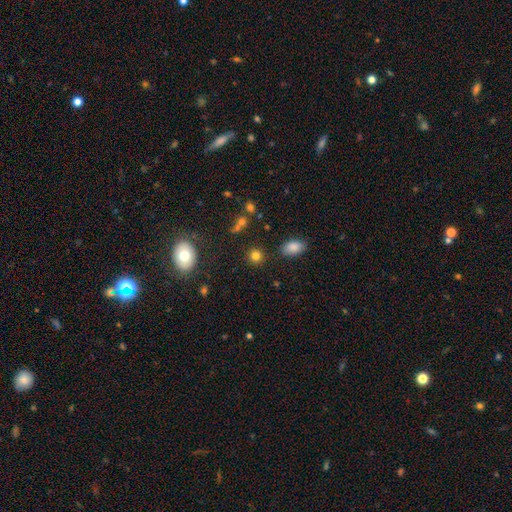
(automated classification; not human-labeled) Smooth or featured? smooth (81%)
How rounded? round (87%)
Merging? none (85%)